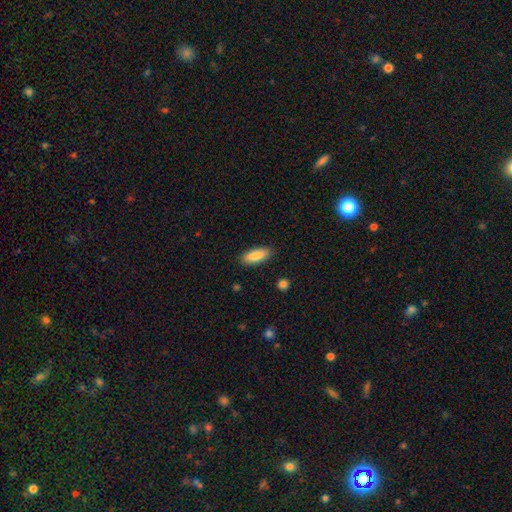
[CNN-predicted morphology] The model was most divided on "how rounded": in between: 75%, cigar-shaped: 23%, round: 2%. More confident: merging — none (88%); smooth or featured — smooth (85%).